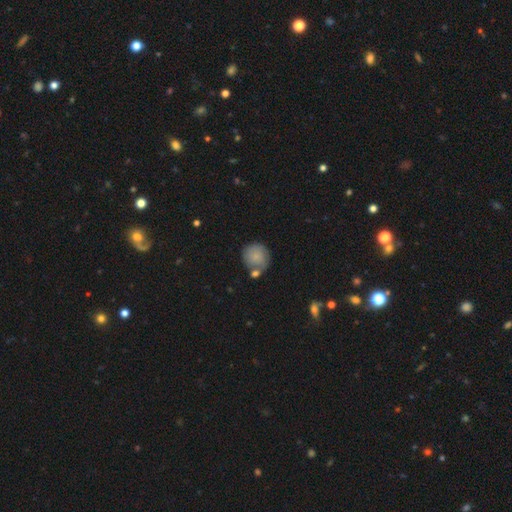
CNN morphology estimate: This appears to be a smooth galaxy with no disk features (79%) that is round (89%). Merging: none (53%).